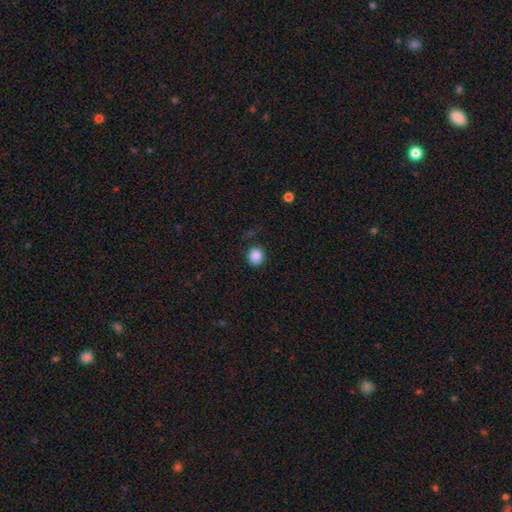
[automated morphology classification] Smooth or featured? smooth (87%)
How rounded? round (90%)
Merging? none (88%)